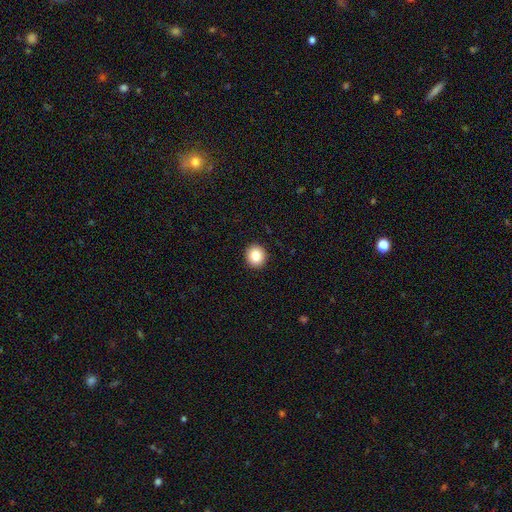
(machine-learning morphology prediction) This is clearly a smooth galaxy (84%). How rounded: clearly round (90%). Merging: clearly none (93%).